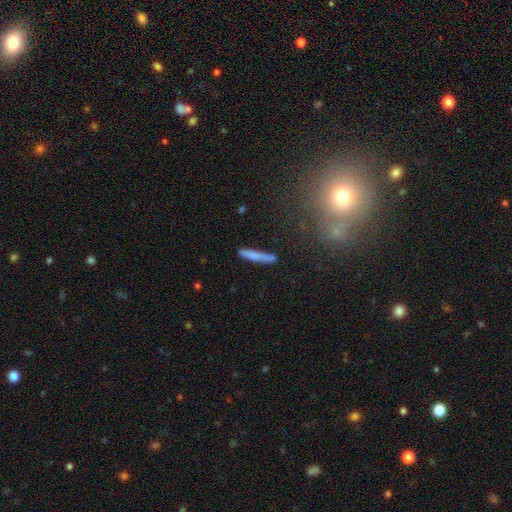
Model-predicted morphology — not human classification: smooth 68%, featured or disk 24%, star or artifact 8%. Down the decision tree: how rounded — cigar-shaped (93%); merging — none (80%).